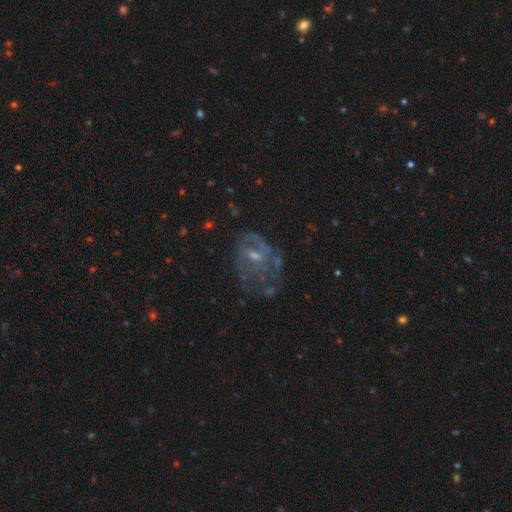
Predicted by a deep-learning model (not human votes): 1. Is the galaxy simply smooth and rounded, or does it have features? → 65% featured or disk, 23% smooth, 12% star or artifact.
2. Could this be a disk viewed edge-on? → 97% no, 3% yes.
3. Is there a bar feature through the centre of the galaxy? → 61% no, 32% weak, 6% strong.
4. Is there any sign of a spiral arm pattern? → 61% no, 39% yes.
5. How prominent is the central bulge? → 43% small, 42% moderate, 11% none, 3% large, 1% dominant.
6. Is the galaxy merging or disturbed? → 36% none (tied), 36% major disturbance (tied), 22% minor disturbance, 6% merger.